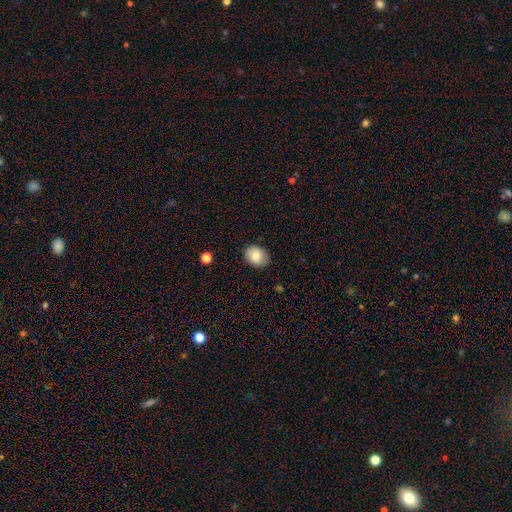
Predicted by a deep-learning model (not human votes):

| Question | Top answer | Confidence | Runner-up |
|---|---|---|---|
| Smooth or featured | smooth | 81% | featured or disk (11%) |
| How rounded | in between | 62% | round (37%) |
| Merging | none | 85% | minor disturbance (12%) |